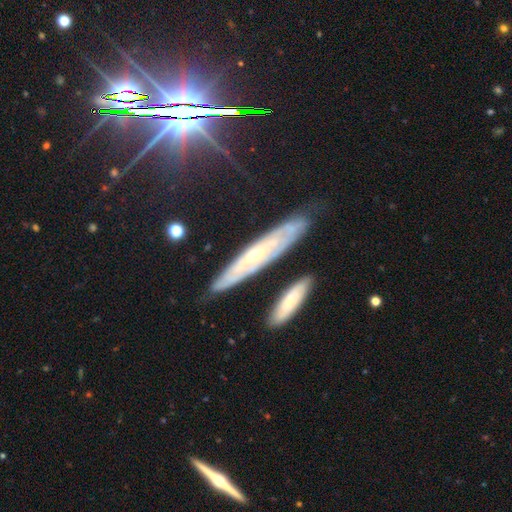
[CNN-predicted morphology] Smooth or featured? featured or disk (71%)
Edge-on disk? yes (51%)
Merging? none (79%)